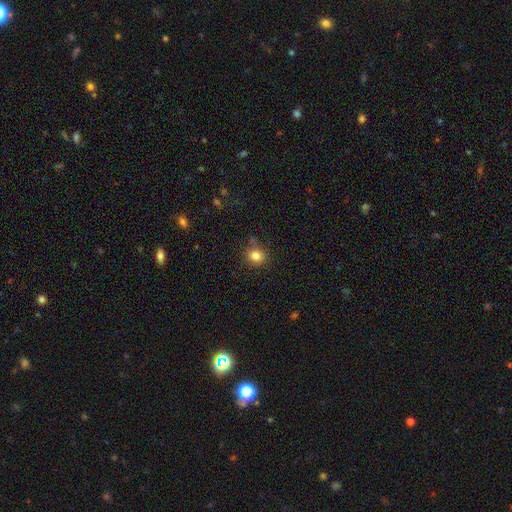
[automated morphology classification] smooth_or_featured: smooth (p=0.82) [alt: star or artifact p=0.12]
how_rounded: round (p=0.79) [alt: in between p=0.20]
merging: none (p=0.80) [alt: minor disturbance p=0.12]